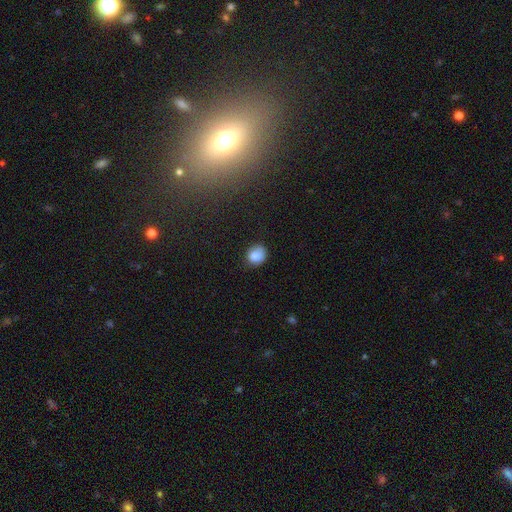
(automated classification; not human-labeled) smooth_or_featured: smooth (p=0.85) [alt: star or artifact p=0.09]
how_rounded: round (p=0.68) [alt: in between p=0.31]
merging: none (p=0.70) [alt: minor disturbance p=0.24]